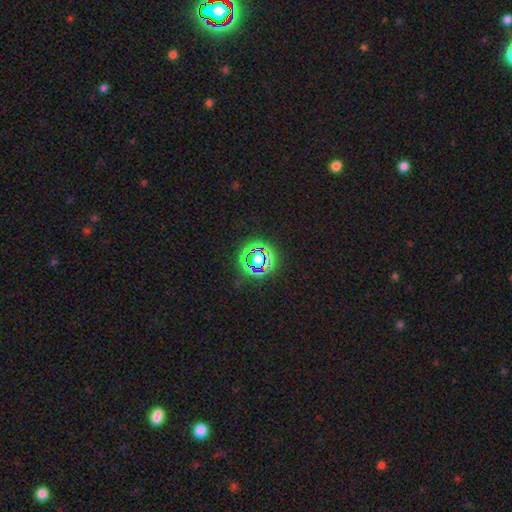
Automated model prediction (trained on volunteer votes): Smooth or featured: star or artifact — 71% (smooth — 18%)